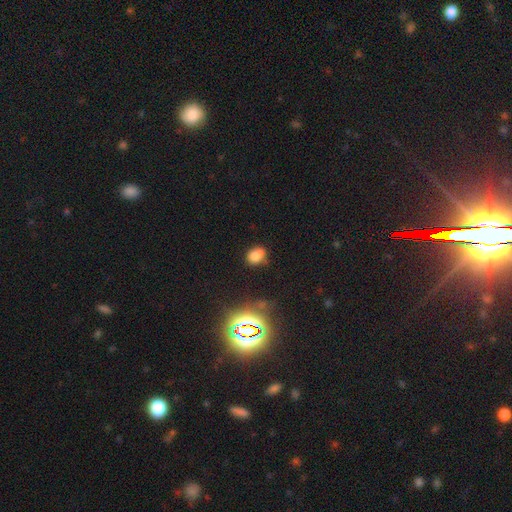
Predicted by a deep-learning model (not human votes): Smooth or featured? smooth (75%)
How rounded? in between (60%)
Merging? none (67%)